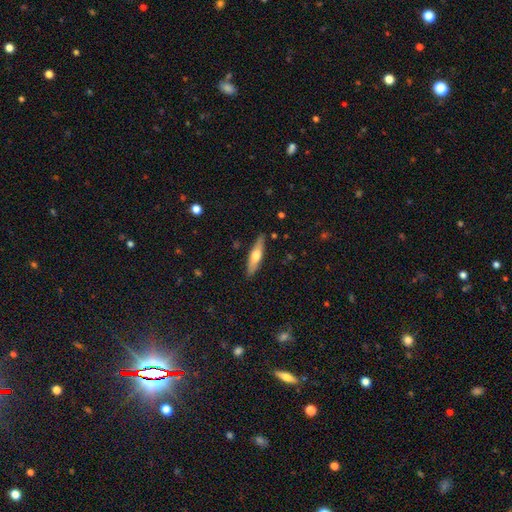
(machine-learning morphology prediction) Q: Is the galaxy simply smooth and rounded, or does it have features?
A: smooth — 52%.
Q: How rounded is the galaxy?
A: cigar-shaped — 75%.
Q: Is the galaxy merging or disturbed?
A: none — 88%.